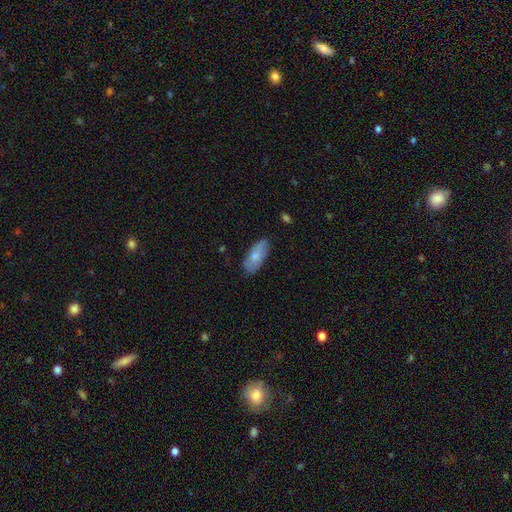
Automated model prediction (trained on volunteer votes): smooth-or-featured: smooth: 73% | featured or disk: 21% | star or artifact: 6%
  how-rounded: in between: 86% | cigar-shaped: 11% | round: 2%
  merging: none: 78% | minor disturbance: 18% | major disturbance: 3% | merger: 1%